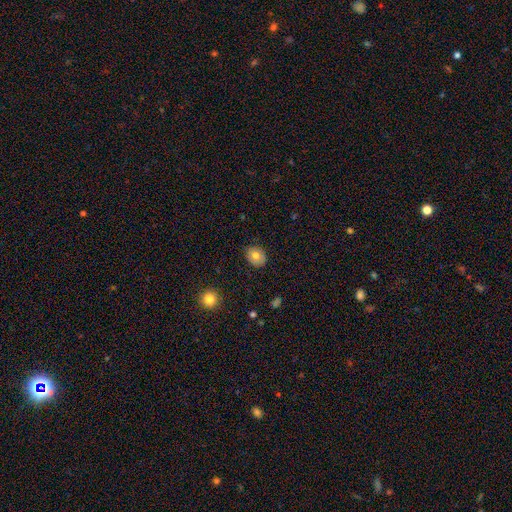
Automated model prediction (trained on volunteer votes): Q: Smooth or featured?
A: smooth (72%); runner-up: featured or disk (19%)
Q: How rounded?
A: round (64%); runner-up: in between (35%)
Q: Merging?
A: none (86%); runner-up: minor disturbance (10%)